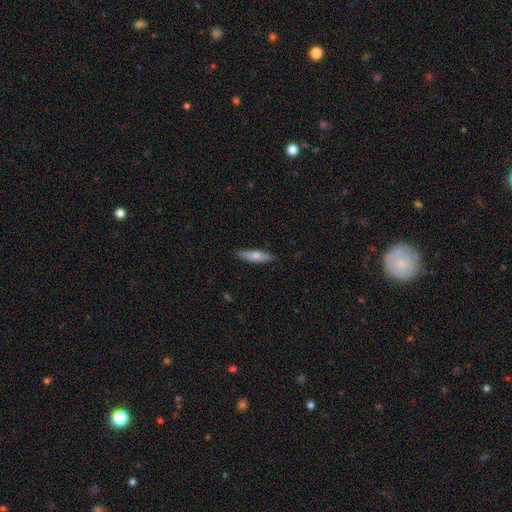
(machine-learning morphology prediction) smooth 66%, featured or disk 28%, star or artifact 6%. Down the decision tree: how rounded — cigar-shaped (74%); merging — none (87%).